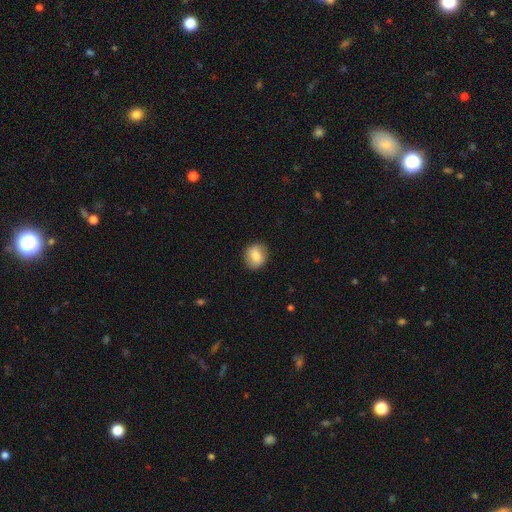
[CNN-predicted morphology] This is likely a smooth galaxy (79%). How rounded: likely round (75%). Merging: clearly none (87%).